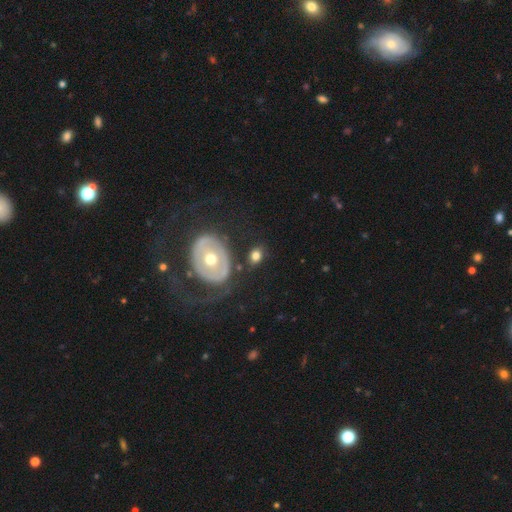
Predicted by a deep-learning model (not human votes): The model was most divided on "how rounded": in between: 59%, round: 39%, cigar-shaped: 2%. More confident: merging — none (73%); smooth or featured — smooth (64%).